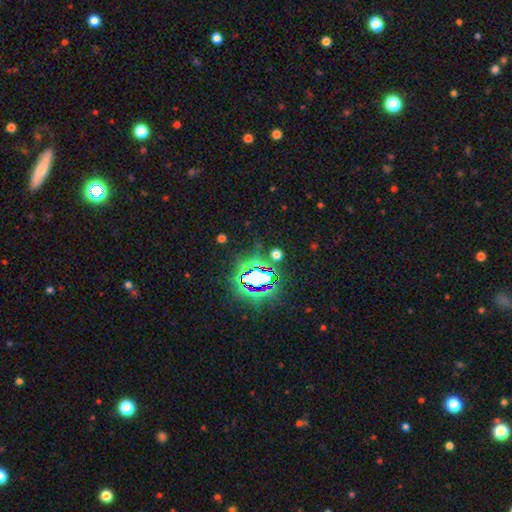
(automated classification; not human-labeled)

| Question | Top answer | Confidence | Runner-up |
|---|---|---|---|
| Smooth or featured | star or artifact | 82% | smooth (10%) |